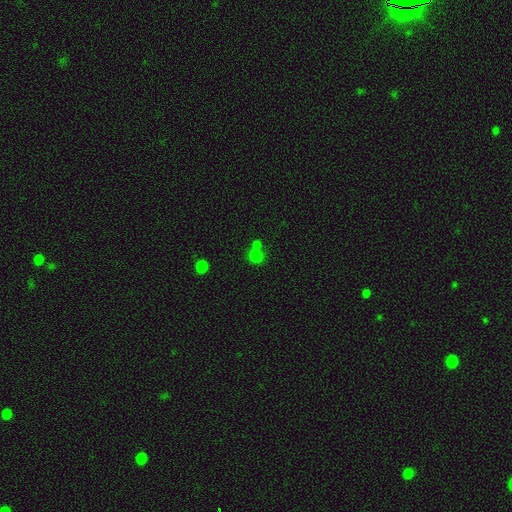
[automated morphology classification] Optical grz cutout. It shows a smooth galaxy with no disk features (73%) that is round (87%). Merging: none (54%).